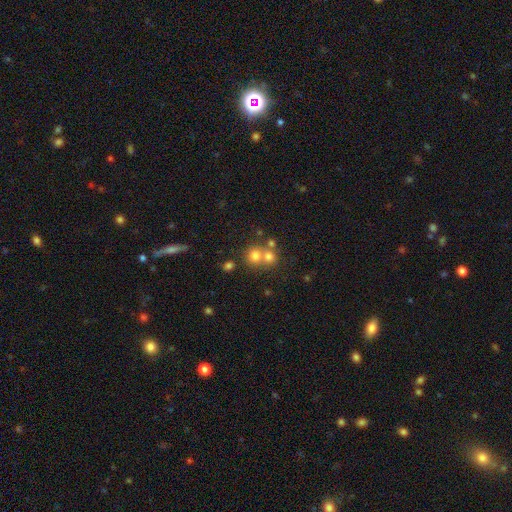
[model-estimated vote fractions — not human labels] Smooth or featured? Predicted: smooth (p=0.72). How rounded? Predicted: round (p=0.85). Merging? Predicted: none (p=0.46).